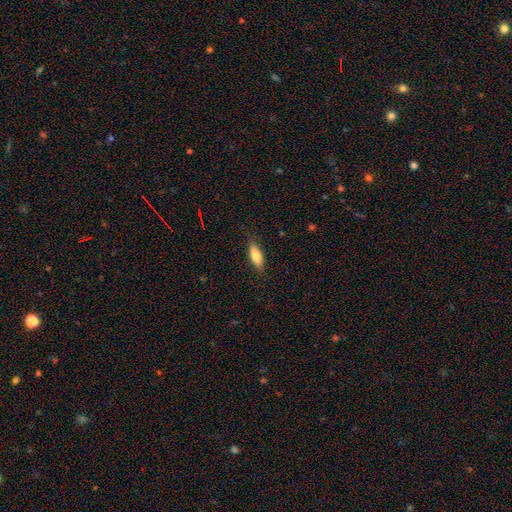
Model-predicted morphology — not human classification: Q: Smooth or featured?
A: smooth (79%); runner-up: featured or disk (14%)
Q: How rounded?
A: in between (71%); runner-up: cigar-shaped (26%)
Q: Merging?
A: none (82%); runner-up: minor disturbance (14%)